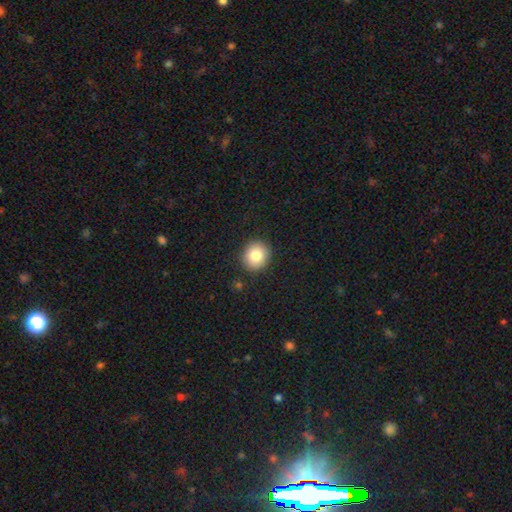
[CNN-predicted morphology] smooth-or-featured: smooth: 82% | star or artifact: 10% | featured or disk: 9%
  how-rounded: round: 83% | in between: 16% | cigar-shaped: 1%
  merging: none: 90% | minor disturbance: 7% | major disturbance: 2% | merger: 1%